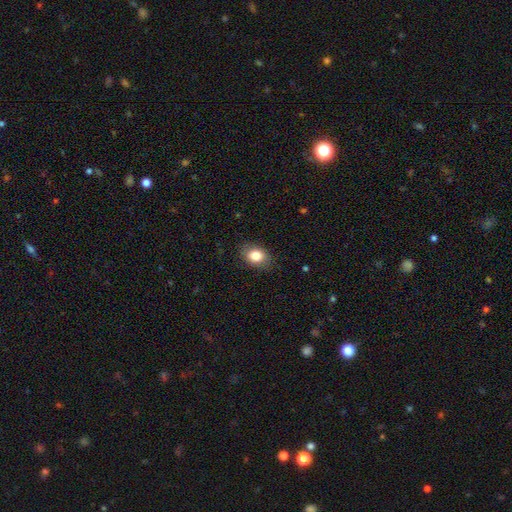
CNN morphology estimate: Smooth or featured: smooth — 83% (featured or disk — 9%)
How rounded: in between — 69% (round — 30%)
Merging: none — 83% (minor disturbance — 13%)